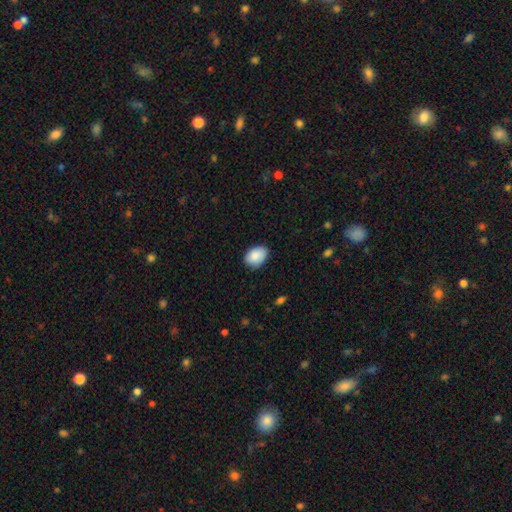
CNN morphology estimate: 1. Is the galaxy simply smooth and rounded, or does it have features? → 88% smooth, 7% star or artifact, 5% featured or disk.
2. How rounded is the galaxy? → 82% in between, 17% round, 1% cigar-shaped.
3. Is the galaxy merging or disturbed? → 81% none, 16% minor disturbance, 2% major disturbance, 1% merger.